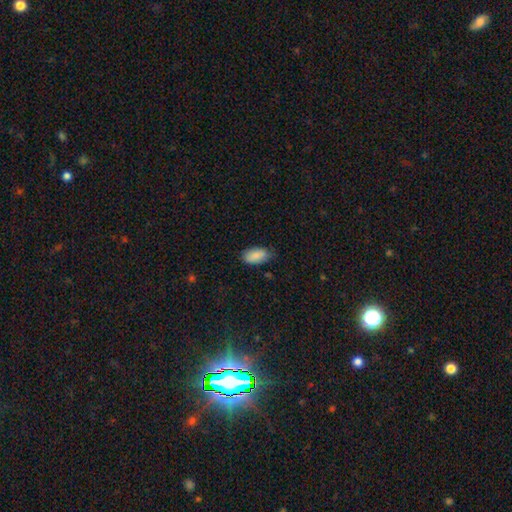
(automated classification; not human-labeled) This is clearly a smooth galaxy (88%). How rounded: clearly in between (93%). Merging: likely none (73%).